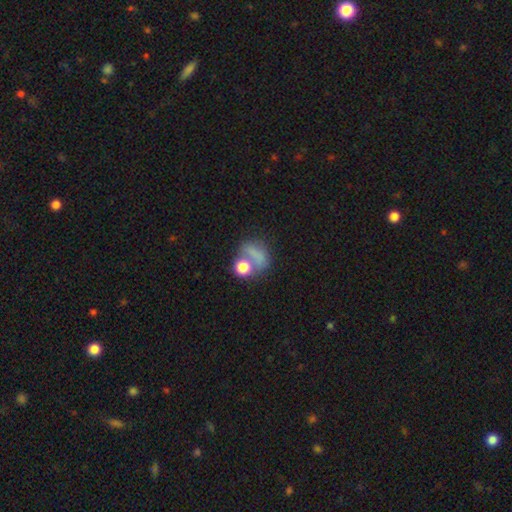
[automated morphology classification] smooth-or-featured: smooth: 65% | star or artifact: 18% | featured or disk: 17%
  how-rounded: round: 57% | in between: 40% | cigar-shaped: 3%
  merging: none: 38% | merger: 28% | major disturbance: 18% | minor disturbance: 15%